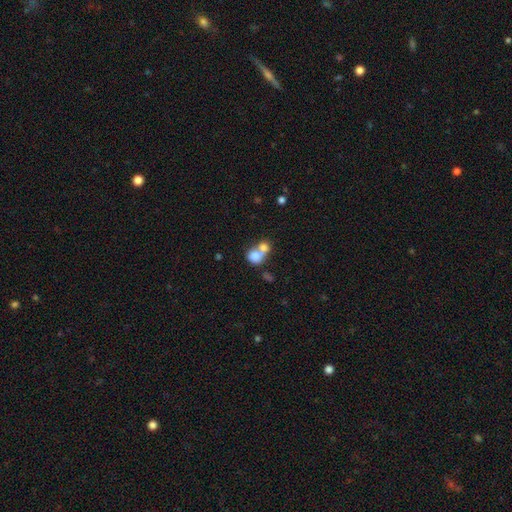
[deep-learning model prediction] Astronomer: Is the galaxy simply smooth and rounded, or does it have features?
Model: smooth — 76%.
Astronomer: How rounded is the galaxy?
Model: round — 61% (runner-up: in between, 38%).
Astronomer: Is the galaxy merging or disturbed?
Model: merger — 71%.